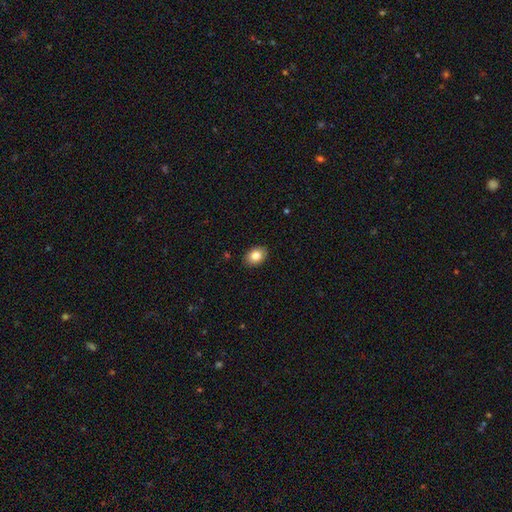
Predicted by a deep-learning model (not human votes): Overall: smooth (83%). How rounded: in between (70%). Merging: none (89%).